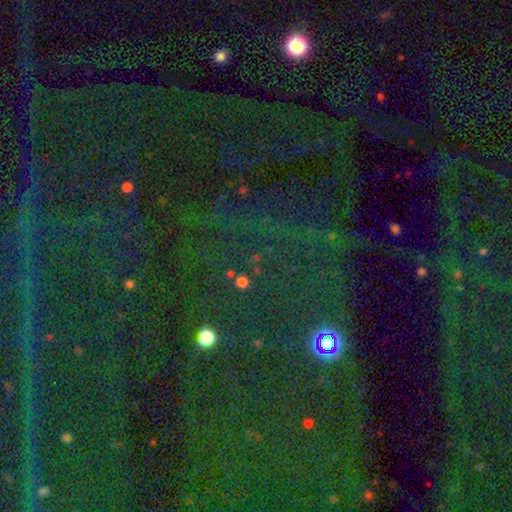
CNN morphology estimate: The model was most divided on "smooth or featured": star or artifact: 79%, smooth: 13%, featured or disk: 8%.